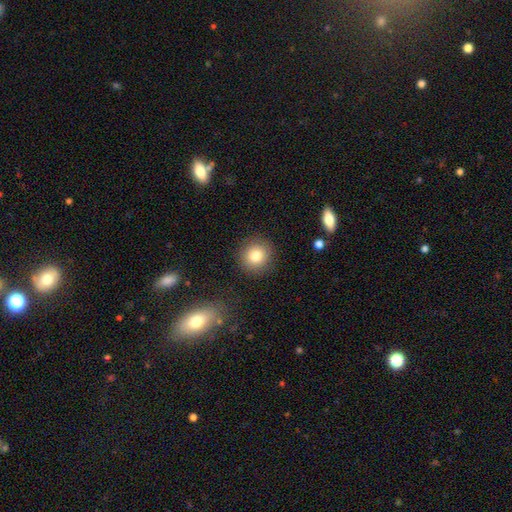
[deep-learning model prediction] Q: Smooth or featured?
A: smooth (80%); runner-up: star or artifact (11%)
Q: How rounded?
A: round (91%); runner-up: in between (8%)
Q: Merging?
A: none (88%); runner-up: minor disturbance (7%)